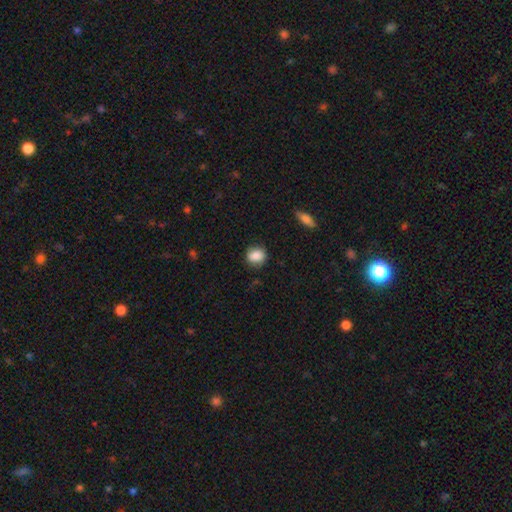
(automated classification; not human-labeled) Morphology: type=smooth (85%); roundness=round (65%); merging=none (82%).